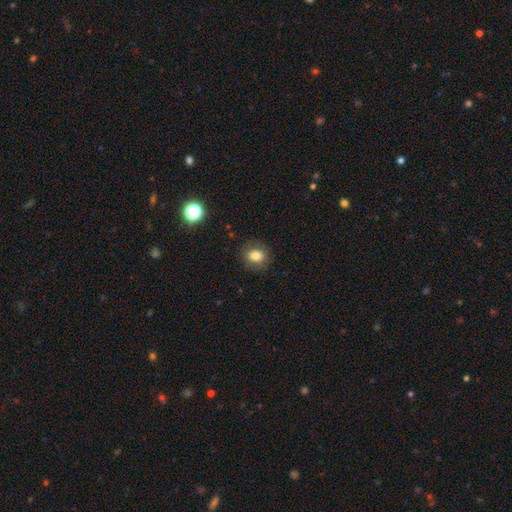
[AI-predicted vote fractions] Smooth or featured? smooth (77%)
How rounded? round (68%)
Merging? none (85%)